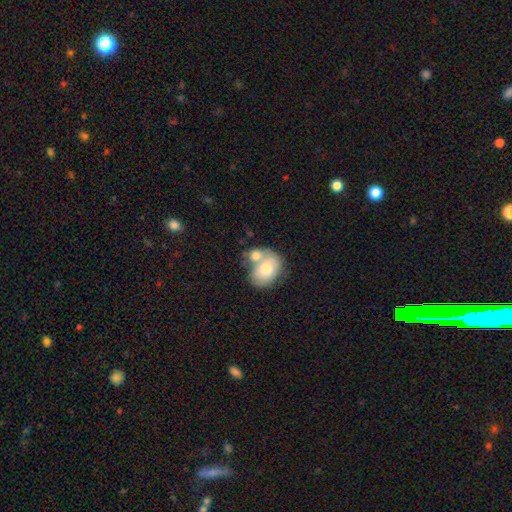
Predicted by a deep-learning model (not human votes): This is likely a smooth galaxy (68%). How rounded: likely in between (62%). Merging: possibly merger (58%).